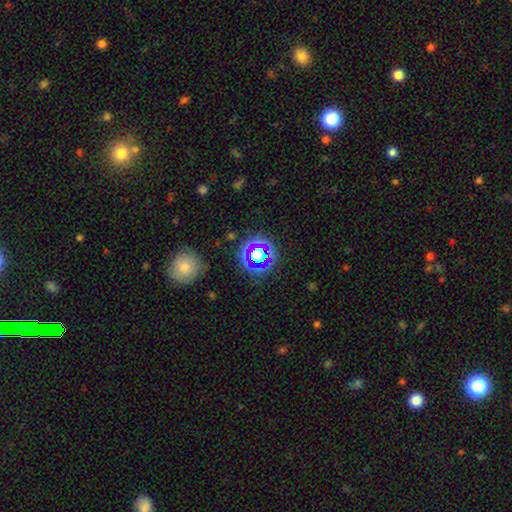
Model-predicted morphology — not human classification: The model was most divided on "smooth or featured": star or artifact: 55%, smooth: 32%, featured or disk: 13%.